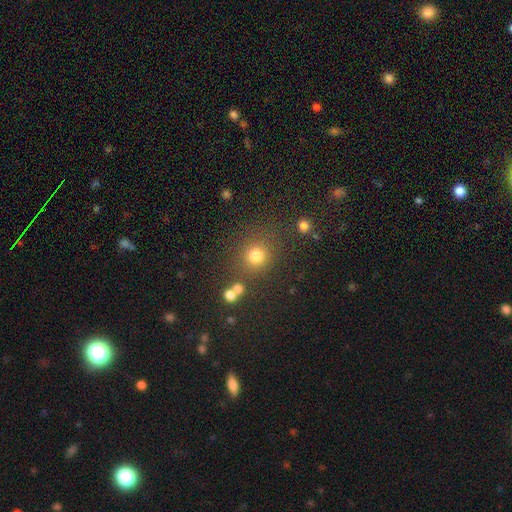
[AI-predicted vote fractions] A smooth galaxy with no disk features (78%) that is round (89%).

Vote fractions:
- Smooth or featured? smooth: 78% / star or artifact: 16% / featured or disk: 6%
- How rounded? round: 89% / in between: 10% / cigar-shaped: 1%
- Merging? none: 78% / minor disturbance: 10% / merger: 7% / major disturbance: 5%